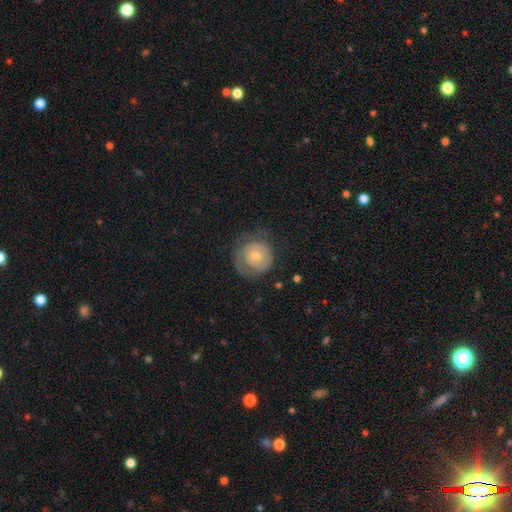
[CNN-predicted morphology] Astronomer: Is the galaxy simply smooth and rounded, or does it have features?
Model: featured or disk — 62%.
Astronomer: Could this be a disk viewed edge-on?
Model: no — 98%.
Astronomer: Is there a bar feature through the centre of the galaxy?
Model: no — 72%.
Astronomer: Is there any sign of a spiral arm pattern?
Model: yes — 84%.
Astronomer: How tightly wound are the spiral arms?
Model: tight — 65%.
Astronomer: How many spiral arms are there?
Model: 2 — 39% (runner-up: 1, 26%).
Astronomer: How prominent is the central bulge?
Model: small — 59% (runner-up: moderate, 34%).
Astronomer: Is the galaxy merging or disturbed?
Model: none — 60%.